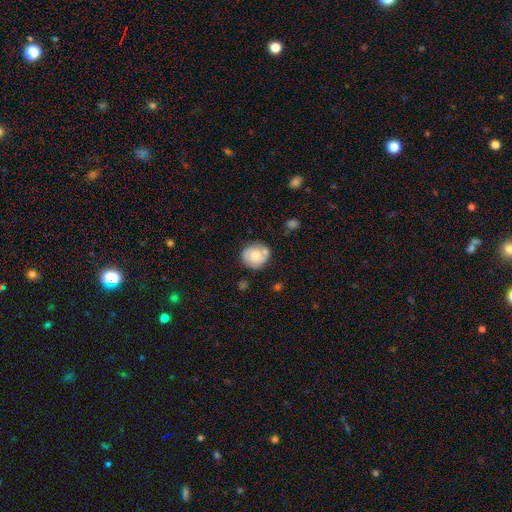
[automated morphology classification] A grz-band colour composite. It shows a smooth galaxy with no disk features (60%) that is round (82%). Merging: none (66%).